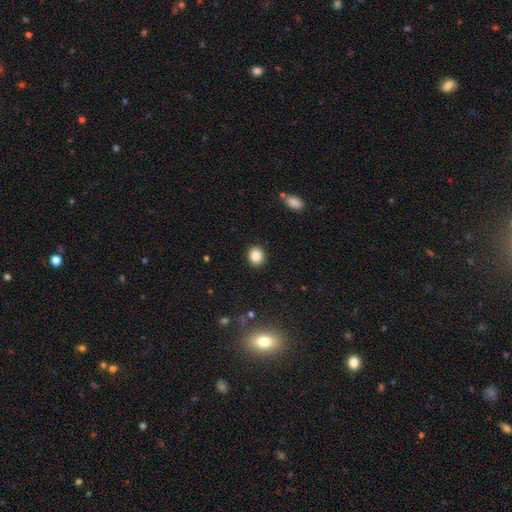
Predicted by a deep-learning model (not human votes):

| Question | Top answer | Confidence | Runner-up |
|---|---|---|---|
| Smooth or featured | smooth | 87% | star or artifact (10%) |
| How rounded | round | 73% | in between (26%) |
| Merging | none | 89% | minor disturbance (7%) |